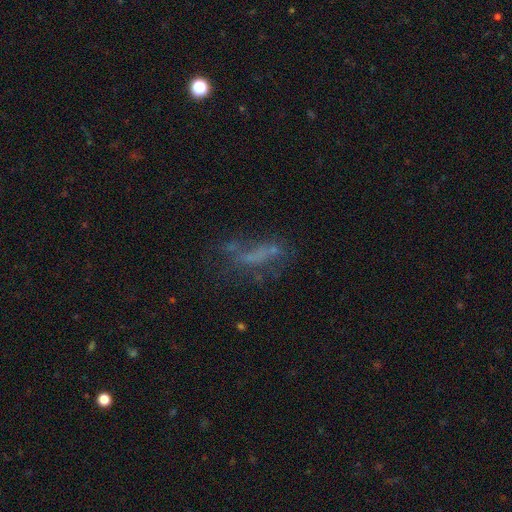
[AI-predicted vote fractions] smooth-or-featured: featured or disk: 40% | smooth: 36% | star or artifact: 24%
  merging: none: 39% | major disturbance: 31% | minor disturbance: 19% | merger: 11%